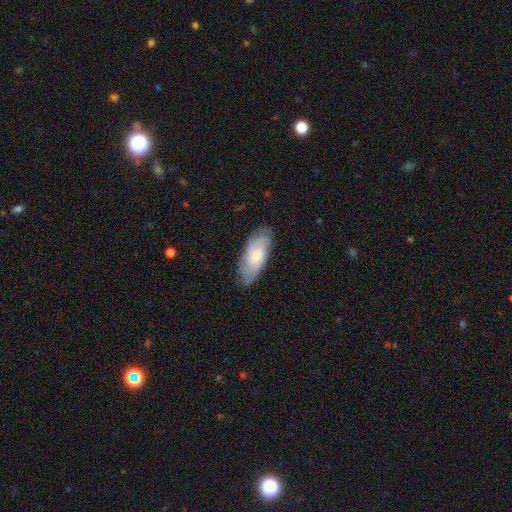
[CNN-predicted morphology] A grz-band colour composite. It shows a featured or disk galaxy (49%). Merging: none (77%).